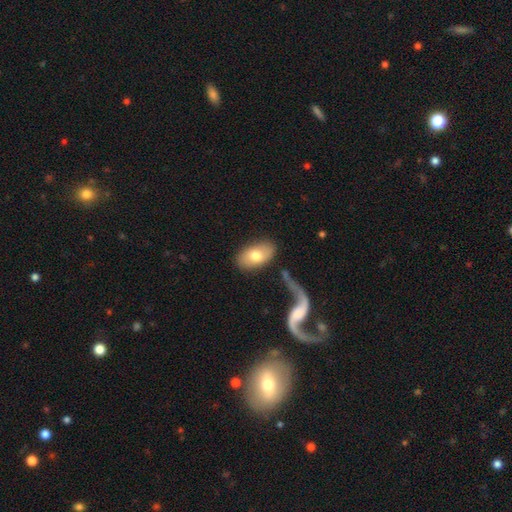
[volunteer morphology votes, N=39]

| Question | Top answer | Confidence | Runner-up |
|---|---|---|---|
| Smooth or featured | smooth | 72% | featured or disk (26%) |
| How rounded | in between | 96% | round (4%) |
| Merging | none | 84% | minor disturbance (11%) |